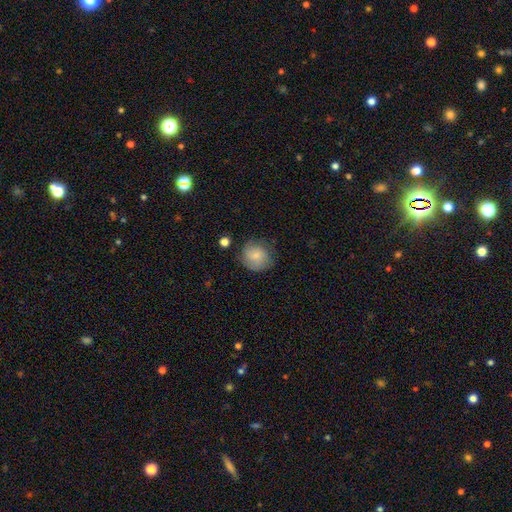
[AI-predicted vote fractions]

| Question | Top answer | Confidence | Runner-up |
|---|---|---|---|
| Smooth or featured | smooth | 70% | featured or disk (22%) |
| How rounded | round | 86% | in between (13%) |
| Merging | none | 71% | minor disturbance (20%) |